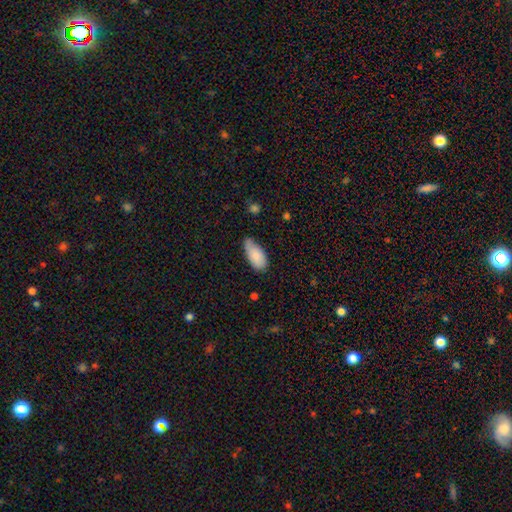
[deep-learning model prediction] The model was most divided on "merging": none: 53%, minor disturbance: 37%, major disturbance: 7%, merger: 3%. More confident: how rounded — in between (92%); smooth or featured — smooth (84%).